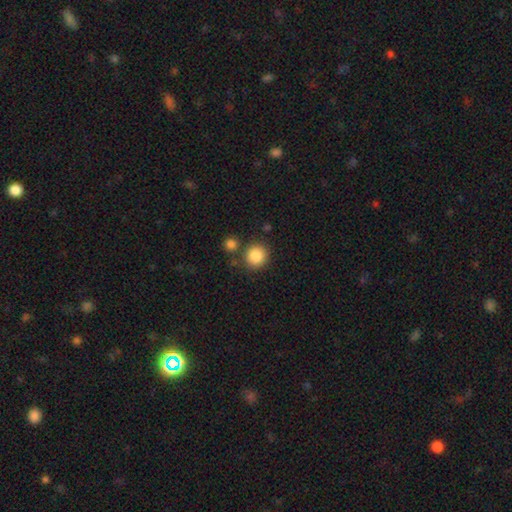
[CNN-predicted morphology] This is clearly a smooth galaxy (87%). How rounded: clearly round (91%). Merging: clearly none (80%).